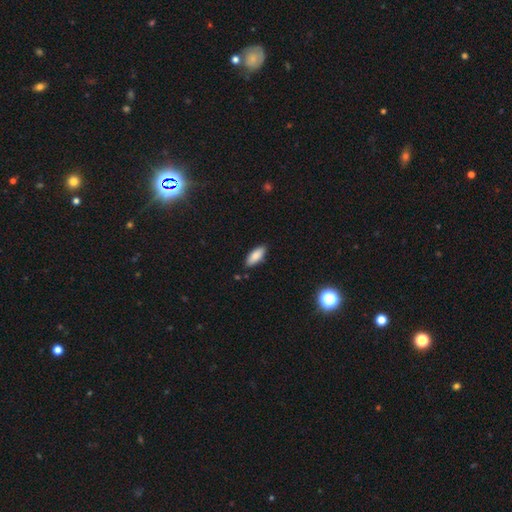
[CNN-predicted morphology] Smooth or featured: smooth — 86% (featured or disk — 8%)
How rounded: in between — 77% (cigar-shaped — 21%)
Merging: none — 86% (minor disturbance — 11%)